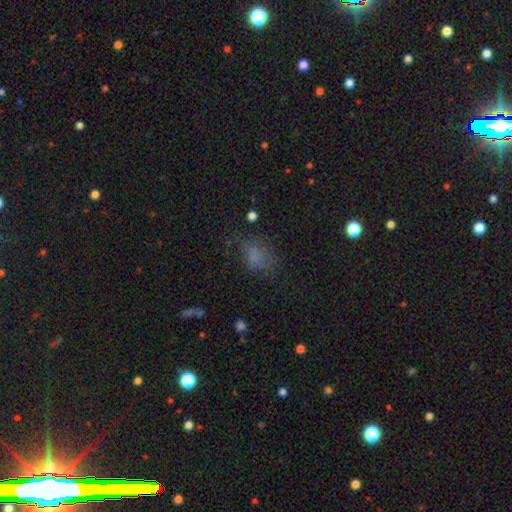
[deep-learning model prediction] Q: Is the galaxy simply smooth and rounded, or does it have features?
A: smooth — 68%.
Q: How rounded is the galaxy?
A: in between — 71%.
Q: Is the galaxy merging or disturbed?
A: none — 54%.